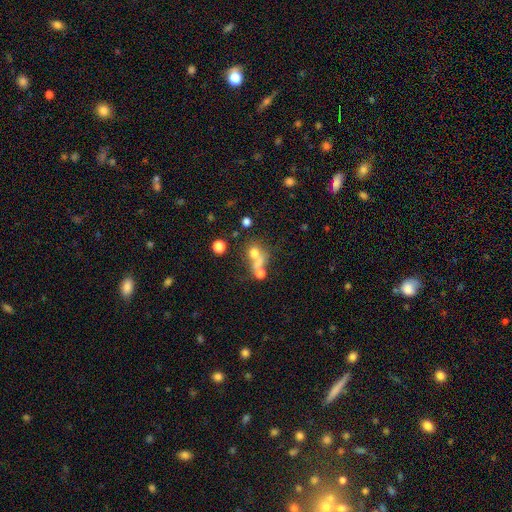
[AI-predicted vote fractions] smooth-or-featured: smooth: 63% | featured or disk: 18% | star or artifact: 18%
  how-rounded: round: 67% | in between: 30% | cigar-shaped: 3%
  merging: merger: 47% | none: 33% | major disturbance: 11% | minor disturbance: 10%